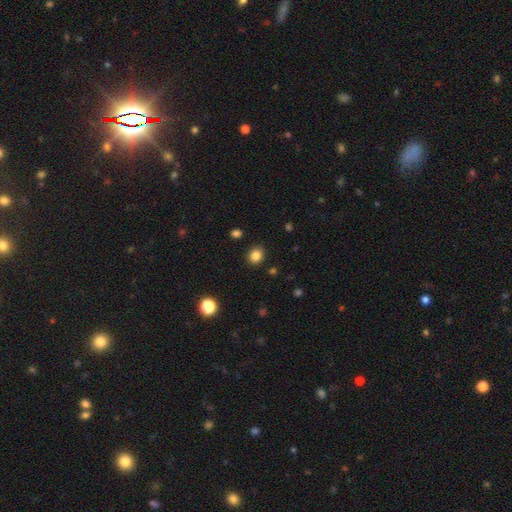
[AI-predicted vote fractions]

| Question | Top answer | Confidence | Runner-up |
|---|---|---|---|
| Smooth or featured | smooth | 84% | star or artifact (11%) |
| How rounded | round | 71% | in between (28%) |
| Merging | none | 89% | minor disturbance (7%) |